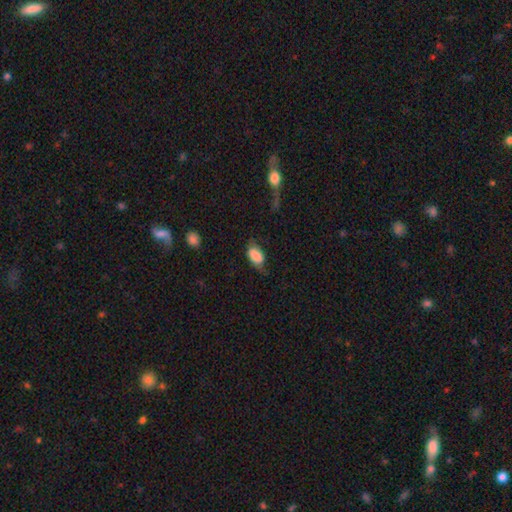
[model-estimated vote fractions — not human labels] Smooth or featured?
  - smooth: 80% *
  - featured or disk: 13%
  - star or artifact: 7%
How rounded?
  - in between: 92% *
  - round: 6%
  - cigar-shaped: 2%
Merging?
  - none: 46% *
  - minor disturbance: 32%
  - major disturbance: 19%
  - merger: 3%